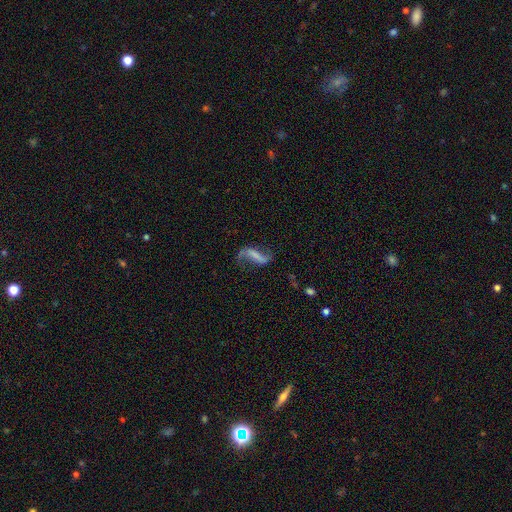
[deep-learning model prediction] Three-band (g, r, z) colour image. It shows a featured or disk galaxy (74%) with a strong bar (53%), 2 (86%) loose (87%) spiral arms (89%) and no central bulge (64%). Merging: none (62%).